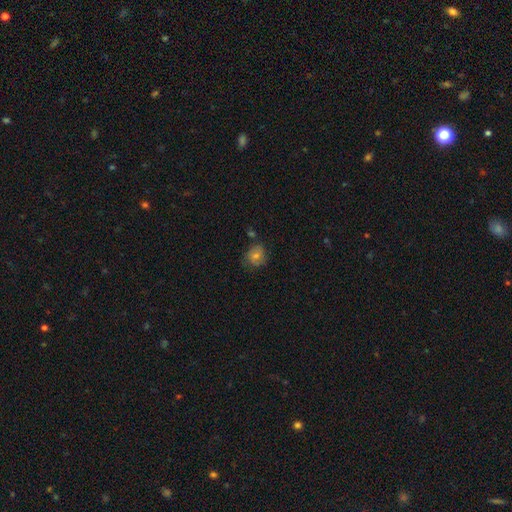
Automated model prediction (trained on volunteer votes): Smooth or featured?
  - smooth: 53% *
  - featured or disk: 31%
  - star or artifact: 17%
How rounded?
  - round: 76% *
  - in between: 23%
  - cigar-shaped: 1%
Merging?
  - none: 73% *
  - minor disturbance: 18%
  - major disturbance: 5%
  - merger: 4%